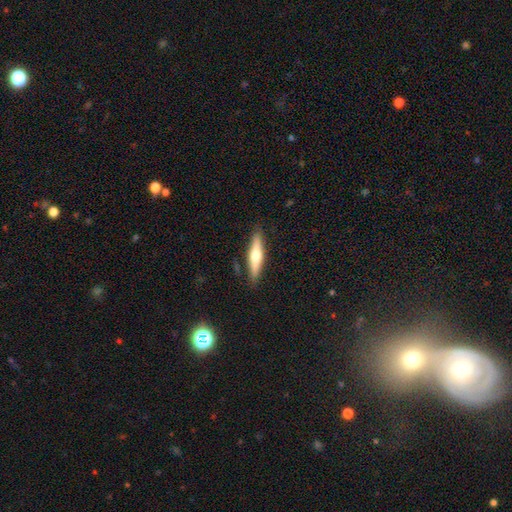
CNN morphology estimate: Smooth or featured: featured or disk — 48% (smooth — 46%)
Merging: none — 87% (minor disturbance — 10%)